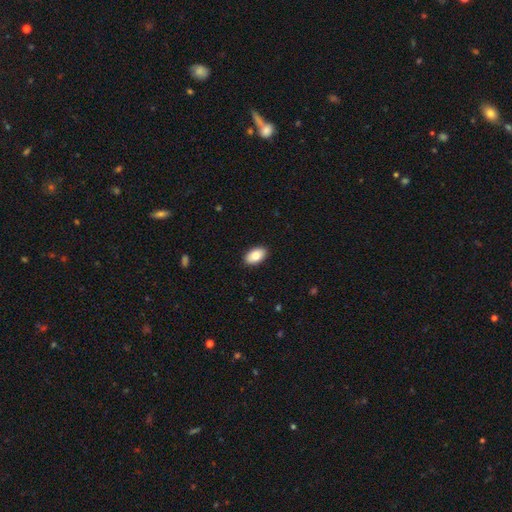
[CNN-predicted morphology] A smooth galaxy with no disk features (80%) that is in between round and cigar-shaped (93%). Merging: none (90%).